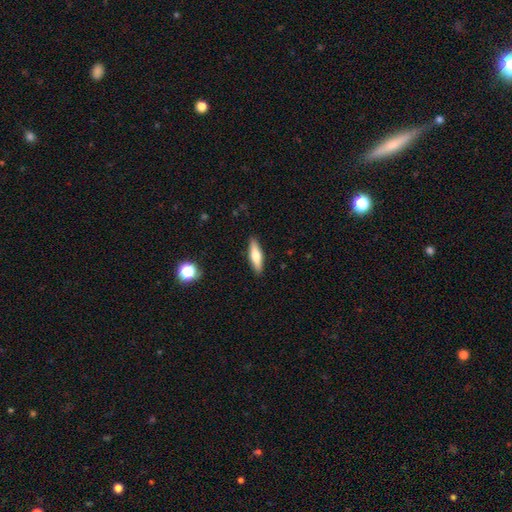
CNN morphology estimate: smooth 57%, featured or disk 36%, star or artifact 7%. Down the decision tree: how rounded — cigar-shaped (64%); merging — none (89%).